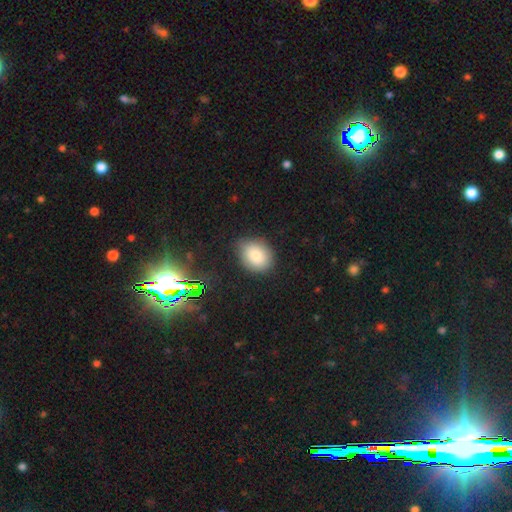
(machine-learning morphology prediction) Q: Smooth or featured?
A: smooth (80%); runner-up: star or artifact (10%)
Q: How rounded?
A: in between (53%); runner-up: round (46%)
Q: Merging?
A: none (79%); runner-up: minor disturbance (16%)